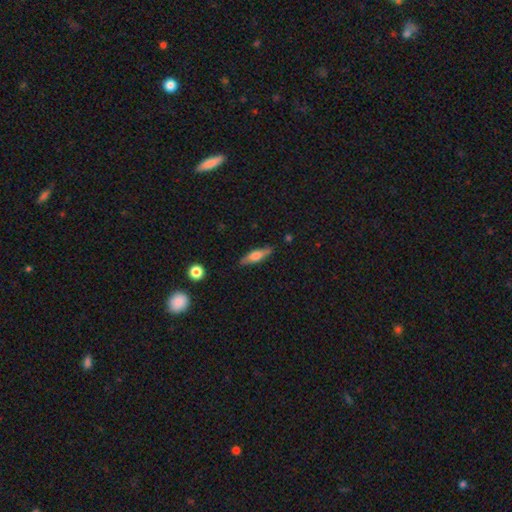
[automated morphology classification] This appears to be a smooth galaxy with no disk features (56%) that is cigar-shaped (64%). Merging: none (84%).